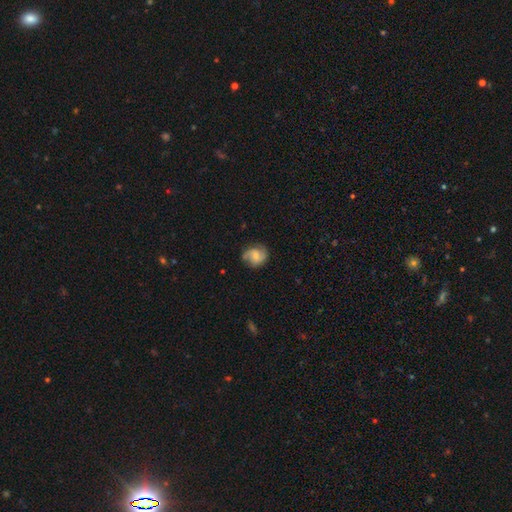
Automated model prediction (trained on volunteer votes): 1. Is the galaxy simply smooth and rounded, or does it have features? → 49% featured or disk, 43% smooth, 8% star or artifact.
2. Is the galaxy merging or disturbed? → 71% none, 22% minor disturbance, 6% major disturbance, 2% merger.